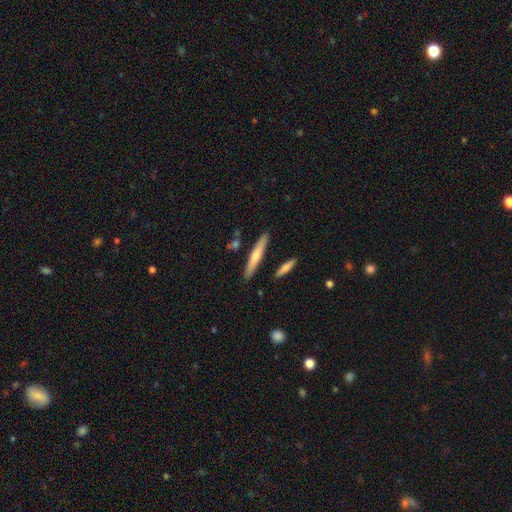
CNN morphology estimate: Smooth or featured?
  - smooth: 57% *
  - featured or disk: 38%
  - star or artifact: 6%
How rounded?
  - cigar-shaped: 92% *
  - in between: 6%
  - round: 2%
Merging?
  - none: 86% *
  - minor disturbance: 8%
  - merger: 4%
  - major disturbance: 2%